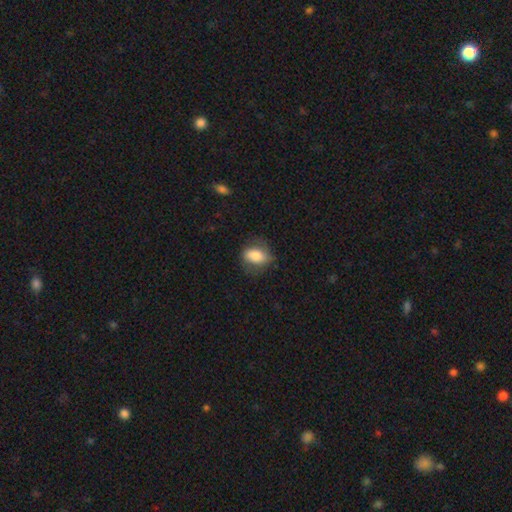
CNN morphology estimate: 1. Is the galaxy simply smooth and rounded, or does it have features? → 72% smooth, 21% featured or disk, 8% star or artifact.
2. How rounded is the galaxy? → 78% in between, 19% round, 3% cigar-shaped.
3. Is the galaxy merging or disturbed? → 65% none, 24% minor disturbance, 10% major disturbance, 1% merger.